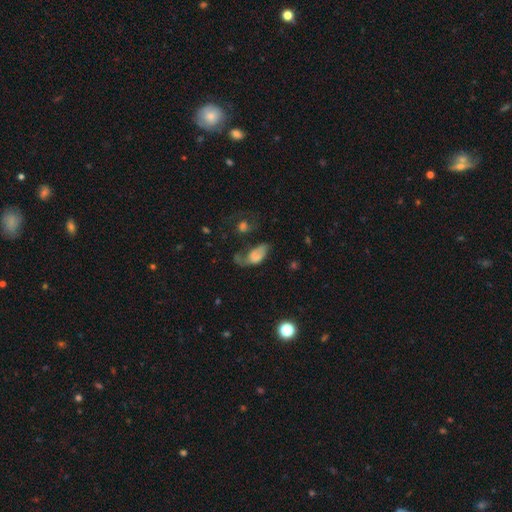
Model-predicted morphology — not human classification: This is possibly a smooth galaxy (58%). How rounded: clearly in between (88%). Merging: possibly major disturbance (46%).